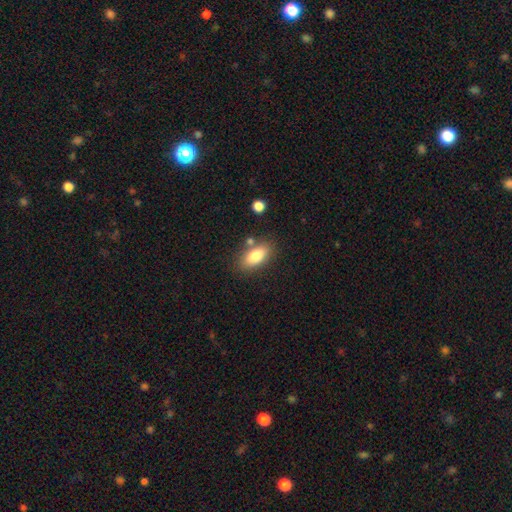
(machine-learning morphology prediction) type=smooth (81%); roundness=in between (88%); merging=none (76%).